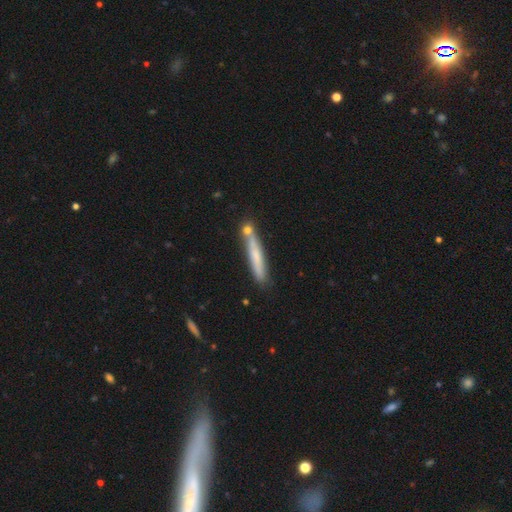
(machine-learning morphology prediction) Smooth or featured? smooth (59%)
How rounded? cigar-shaped (94%)
Merging? none (73%)